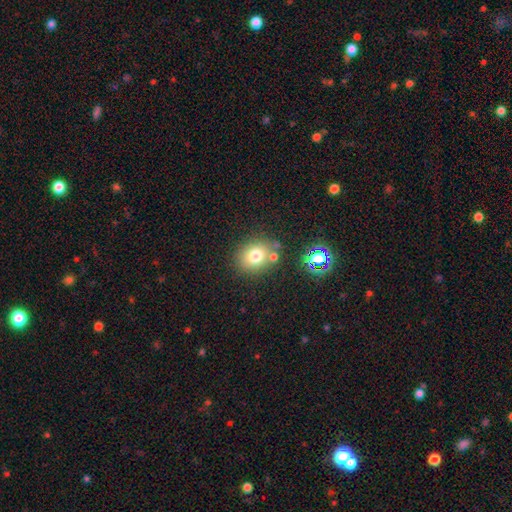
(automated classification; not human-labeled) Smooth or featured: smooth — 74% (star or artifact — 15%)
How rounded: round — 63% (in between — 36%)
Merging: none — 71% (merger — 13%)